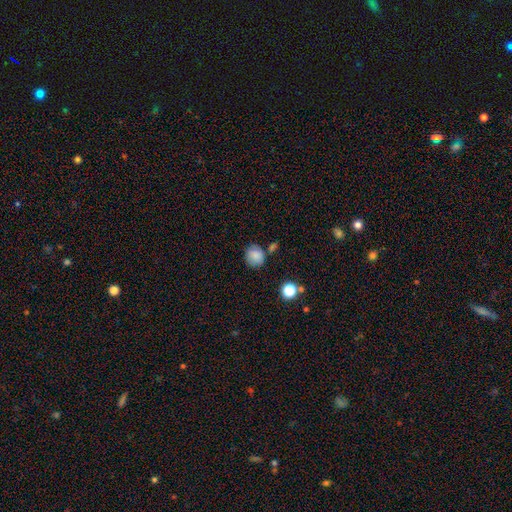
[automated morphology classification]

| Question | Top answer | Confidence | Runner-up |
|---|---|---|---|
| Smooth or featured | smooth | 84% | star or artifact (10%) |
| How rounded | round | 78% | in between (21%) |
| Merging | none | 71% | minor disturbance (17%) |